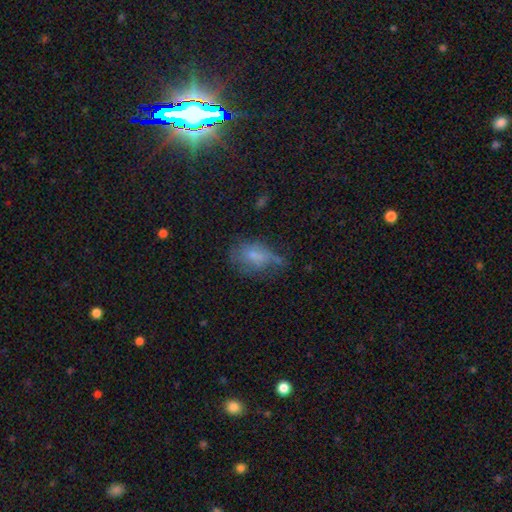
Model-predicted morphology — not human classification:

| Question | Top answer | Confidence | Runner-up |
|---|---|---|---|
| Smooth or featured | smooth | 59% | featured or disk (26%) |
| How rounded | in between | 83% | round (14%) |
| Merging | none | 39% | minor disturbance (32%) |